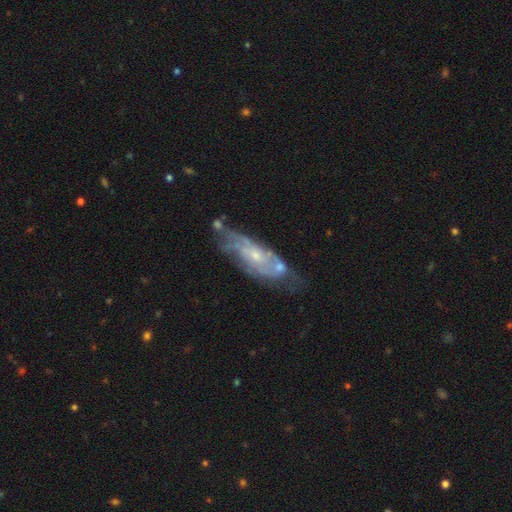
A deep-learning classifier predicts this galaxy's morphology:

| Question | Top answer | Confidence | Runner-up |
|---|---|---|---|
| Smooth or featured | featured or disk | 74% | smooth (19%) |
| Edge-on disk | no | 84% | yes (16%) |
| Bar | no | 72% | weak (24%) |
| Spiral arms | yes | 77% | no (23%) |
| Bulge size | small | 64% | moderate (30%) |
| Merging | none | 50% | minor disturbance (27%) |